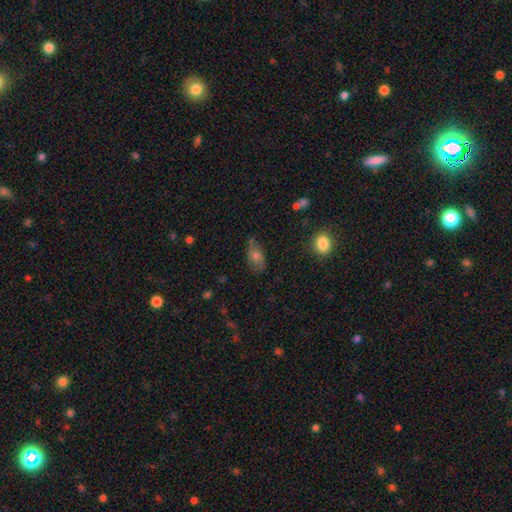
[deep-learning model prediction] A smooth galaxy with no disk features (58%) that is in between round and cigar-shaped (83%). Merging: none (64%).